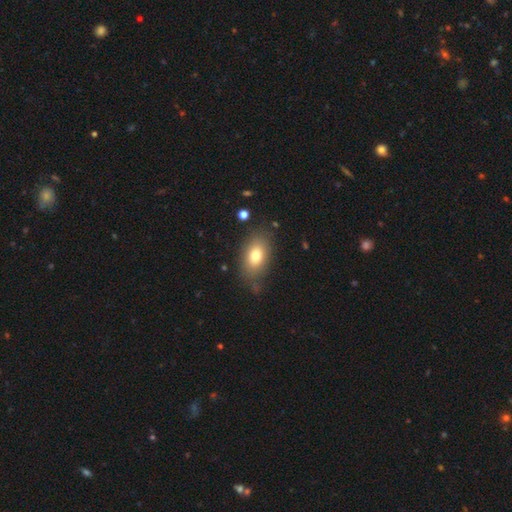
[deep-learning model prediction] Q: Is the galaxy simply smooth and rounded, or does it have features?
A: smooth — 77%.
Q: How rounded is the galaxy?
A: in between — 88%.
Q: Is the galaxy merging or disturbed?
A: none — 77%.